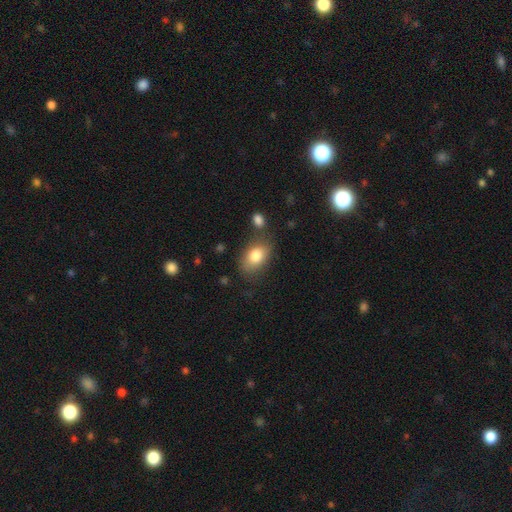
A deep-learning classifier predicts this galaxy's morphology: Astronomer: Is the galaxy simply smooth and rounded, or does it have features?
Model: smooth — 81%.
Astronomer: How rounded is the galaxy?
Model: in between — 86%.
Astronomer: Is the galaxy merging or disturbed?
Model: none — 71%.